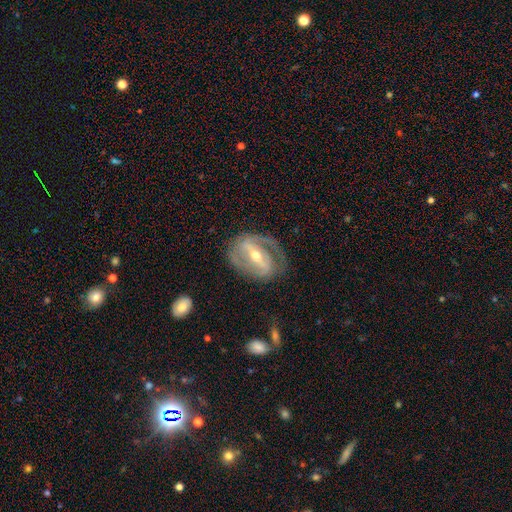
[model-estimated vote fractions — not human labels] Overall: featured or disk (86%). Edge-on disk: no (95%). Bar: strong (65%). Spiral arms: yes (88%). Spiral arm count: 2 (77%). Spiral winding: medium (43%; tight 42%). Bulge size: moderate (56%; small 40%). Merging: none (72%).